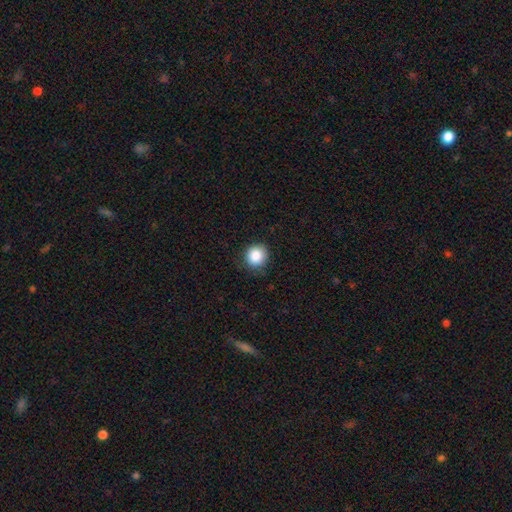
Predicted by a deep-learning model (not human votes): Smooth or featured: smooth — 87% (star or artifact — 10%)
How rounded: round — 89% (in between — 10%)
Merging: none — 86% (minor disturbance — 11%)